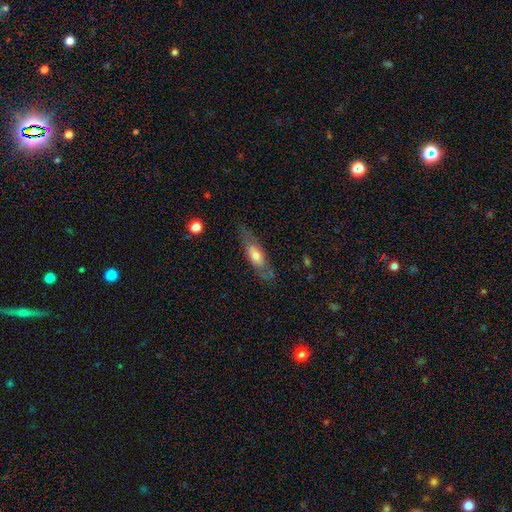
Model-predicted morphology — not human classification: The model was most divided on "smooth or featured": smooth: 49%, featured or disk: 45%, star or artifact: 6%. More confident: merging — none (73%).